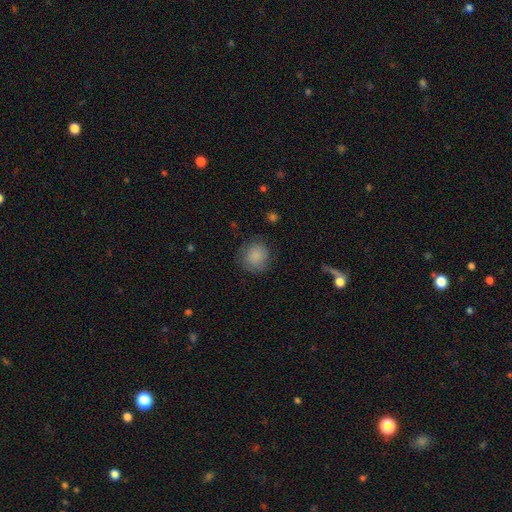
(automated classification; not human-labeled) Morphology: type=smooth (86%); roundness=round (90%); merging=none (81%).